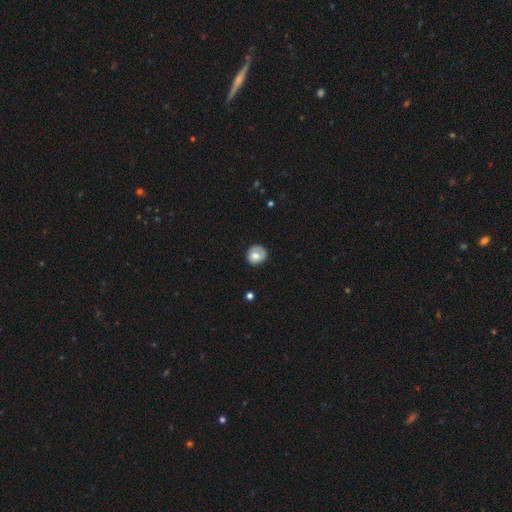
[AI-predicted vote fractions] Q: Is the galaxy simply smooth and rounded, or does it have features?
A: smooth — 67%.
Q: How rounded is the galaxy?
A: round — 82%.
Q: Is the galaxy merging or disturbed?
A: none — 74%.